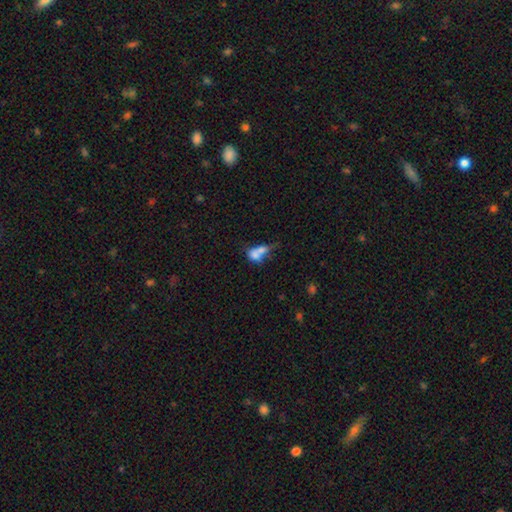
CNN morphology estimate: type=smooth (65%); roundness=in between (64%); merging=merger (62%).